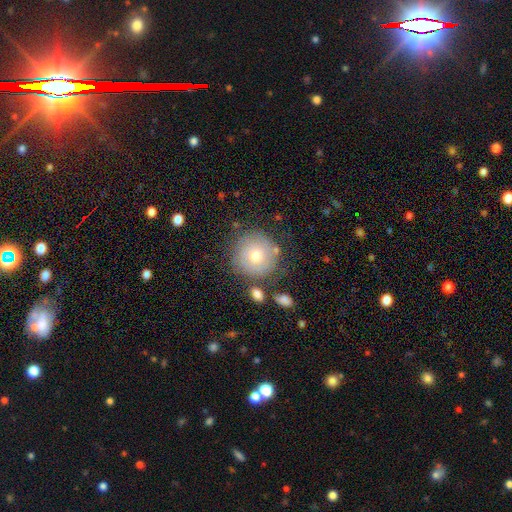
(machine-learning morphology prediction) smooth_or_featured: smooth (p=0.62) [alt: featured or disk p=0.30]
how_rounded: round (p=0.95) [alt: in between p=0.04]
merging: none (p=0.78) [alt: minor disturbance p=0.13]